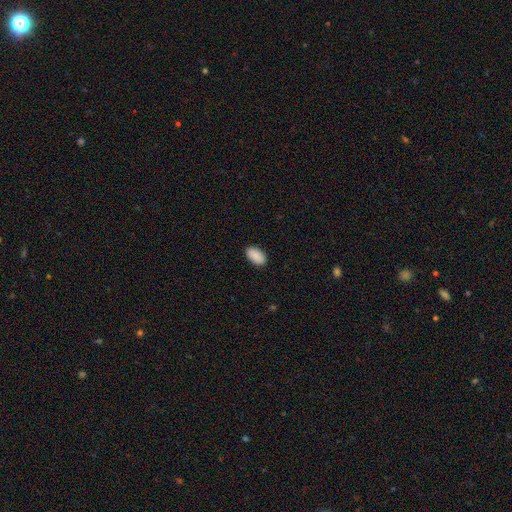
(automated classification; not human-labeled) Morphology: type=smooth (86%); roundness=in between (94%); merging=none (88%).